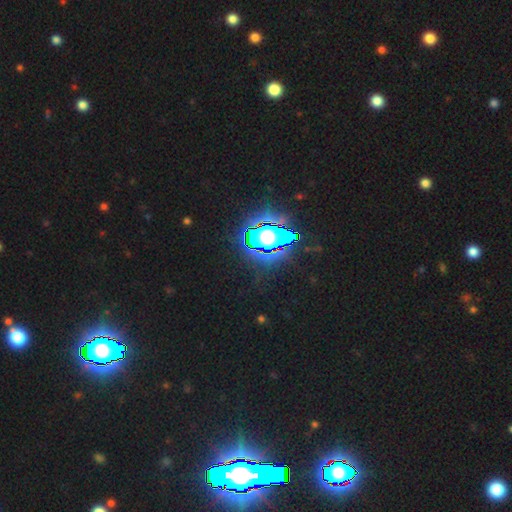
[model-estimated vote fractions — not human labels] This is clearly a star or artifact rather than a galaxy (85%).